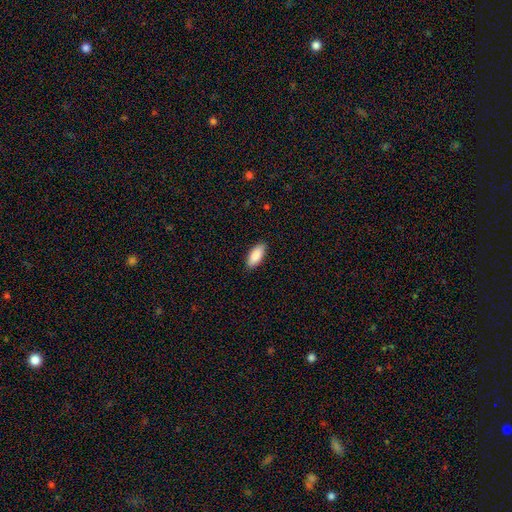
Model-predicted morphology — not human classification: smooth_or_featured: smooth (p=0.90) [alt: star or artifact p=0.06]
how_rounded: in between (p=0.87) [alt: cigar-shaped p=0.11]
merging: none (p=0.88) [alt: minor disturbance p=0.09]